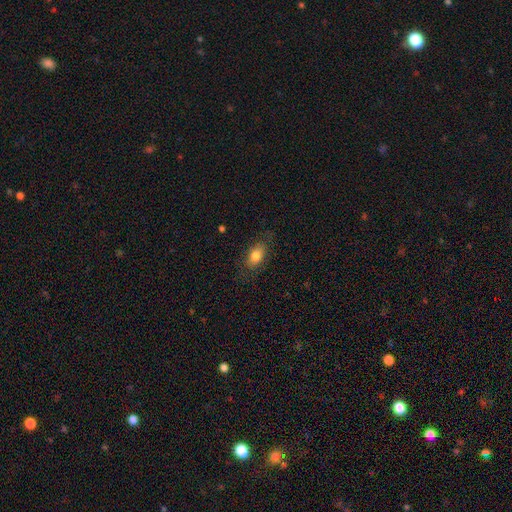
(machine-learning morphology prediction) Q: Smooth or featured?
A: smooth (79%); runner-up: featured or disk (13%)
Q: How rounded?
A: in between (87%); runner-up: round (8%)
Q: Merging?
A: none (77%); runner-up: minor disturbance (16%)